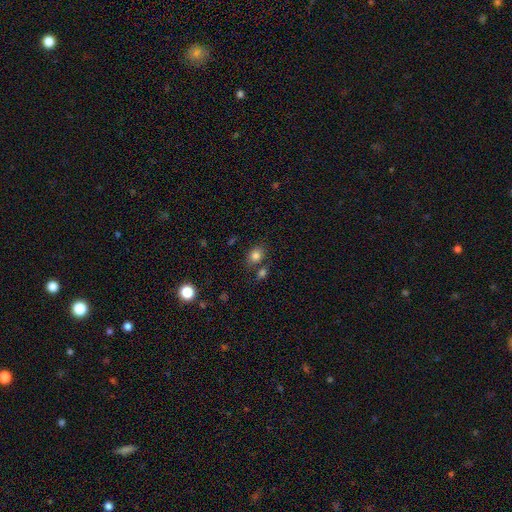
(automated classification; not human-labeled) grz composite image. It shows a smooth galaxy with no disk features (82%) that is in between round and cigar-shaped (58%). Merging: none (69%).